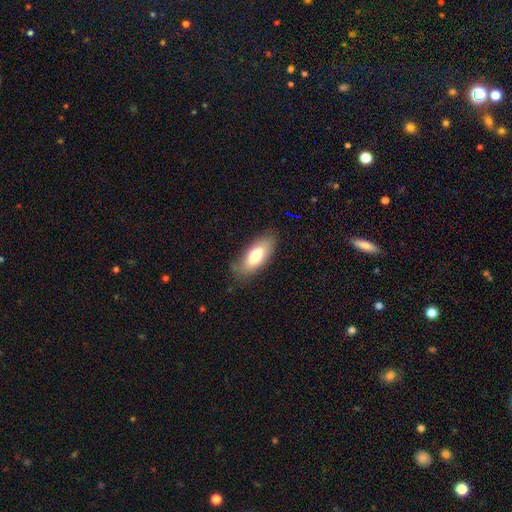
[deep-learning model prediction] This is likely a smooth galaxy (74%). How rounded: clearly in between (82%). Merging: likely none (78%).